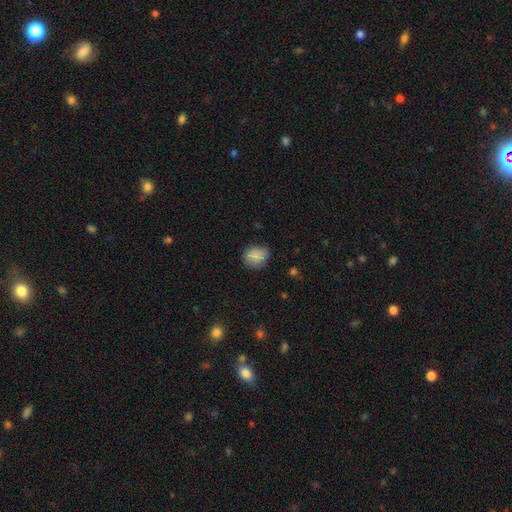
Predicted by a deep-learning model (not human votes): Overall: smooth (84%). How rounded: round (53%; in between 46%). Merging: none (77%).